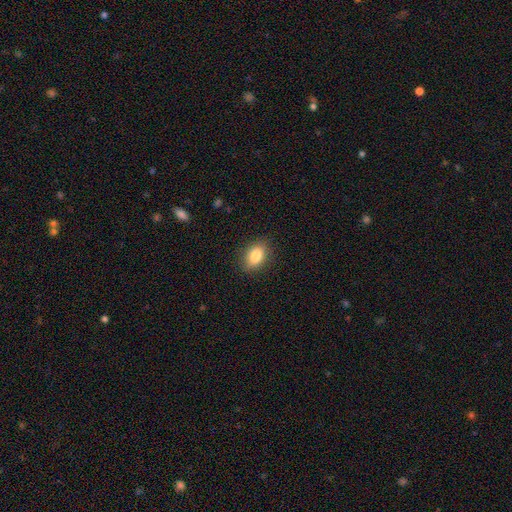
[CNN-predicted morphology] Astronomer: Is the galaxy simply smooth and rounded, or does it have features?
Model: smooth — 83%.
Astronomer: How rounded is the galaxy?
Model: in between — 85%.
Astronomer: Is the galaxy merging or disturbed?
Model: none — 86%.